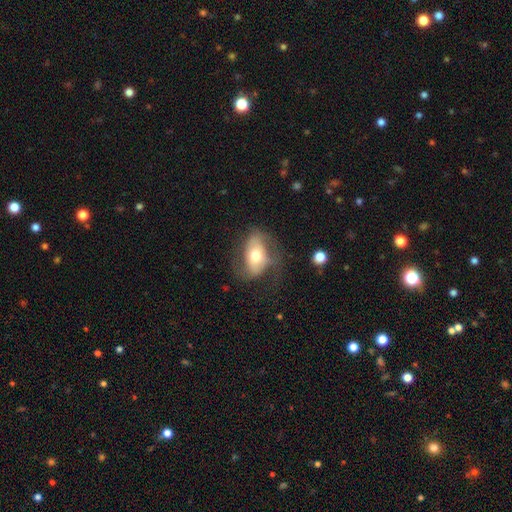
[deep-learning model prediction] smooth-or-featured: smooth: 54% | featured or disk: 39% | star or artifact: 7%
  how-rounded: in between: 87% | round: 10% | cigar-shaped: 3%
  merging: none: 48% | minor disturbance: 26% | major disturbance: 24% | merger: 2%